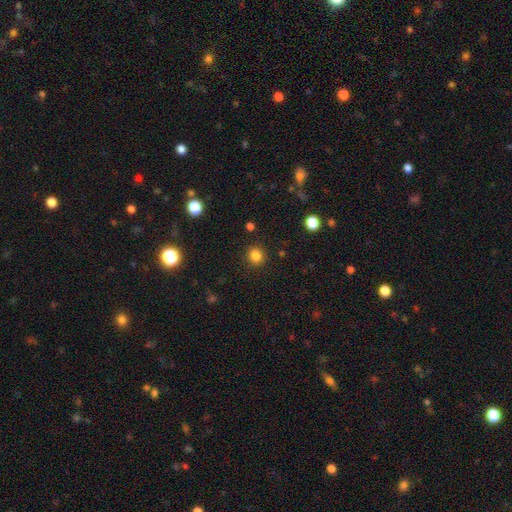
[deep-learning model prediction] Morphology: type=smooth (83%); roundness=round (91%); merging=none (91%).